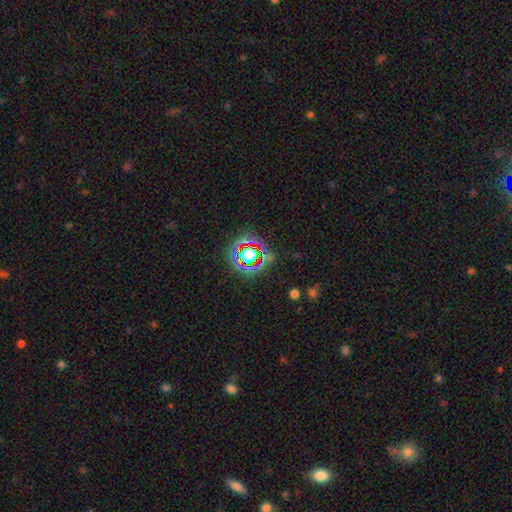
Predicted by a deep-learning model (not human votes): smooth-or-featured: star or artifact: 73% | smooth: 16% | featured or disk: 11%